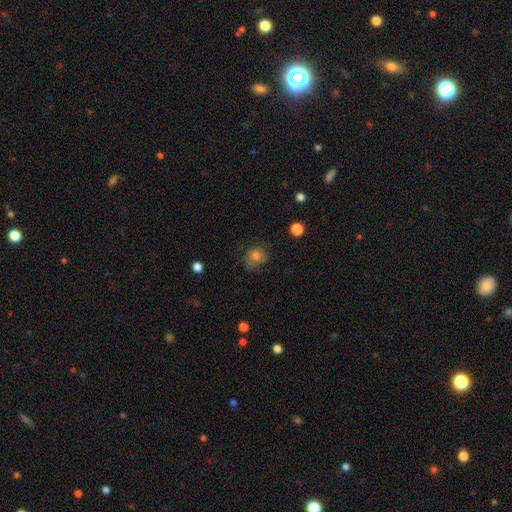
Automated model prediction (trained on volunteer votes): A smooth galaxy with no disk features (72%) that is round (66%).

Vote fractions:
- Smooth or featured? smooth: 72% / featured or disk: 14% / star or artifact: 14%
- How rounded? round: 66% / in between: 33% / cigar-shaped: 1%
- Merging? none: 63% / minor disturbance: 25% / major disturbance: 10% / merger: 2%